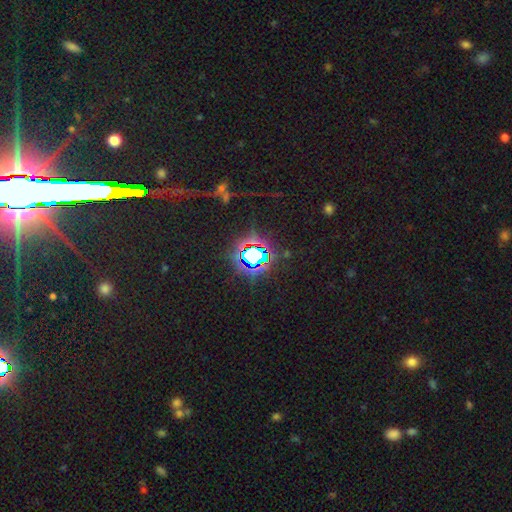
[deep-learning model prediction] smooth-or-featured: star or artifact: 81% | smooth: 12% | featured or disk: 7%